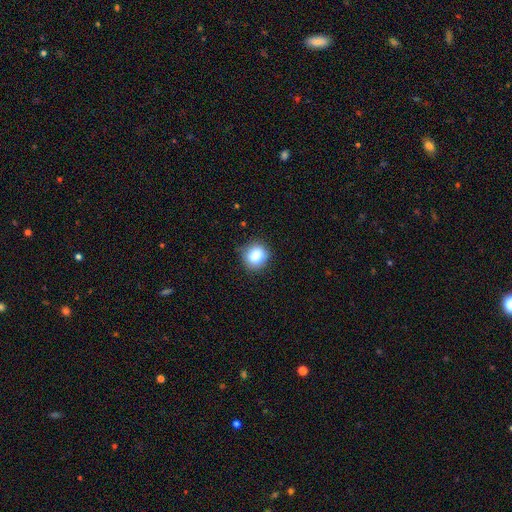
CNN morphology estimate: A smooth galaxy with no disk features (85%) that is round (85%). Merging: none (84%).